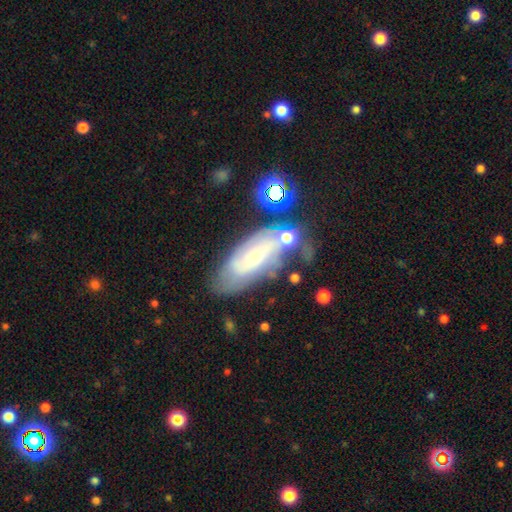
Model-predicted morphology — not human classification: smooth_or_featured: featured or disk (p=0.61) [alt: smooth p=0.28]
disk_edge_on: no (p=0.88) [alt: yes p=0.12]
bar: no (p=0.60) [alt: weak p=0.30]
has_spiral_arms: yes (p=0.82) [alt: no p=0.18]
bulge_size: small (p=0.63) [alt: moderate p=0.23]
merging: none (p=0.52) [alt: minor disturbance p=0.23]